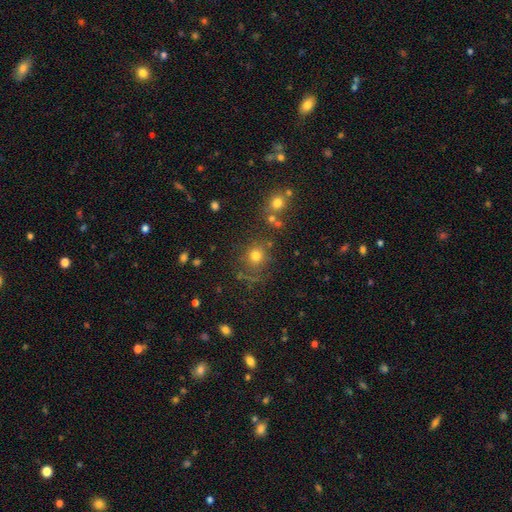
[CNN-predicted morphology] The model was most divided on "smooth or featured": smooth: 73%, star or artifact: 18%, featured or disk: 8%. More confident: how rounded — round (86%); merging — none (75%).